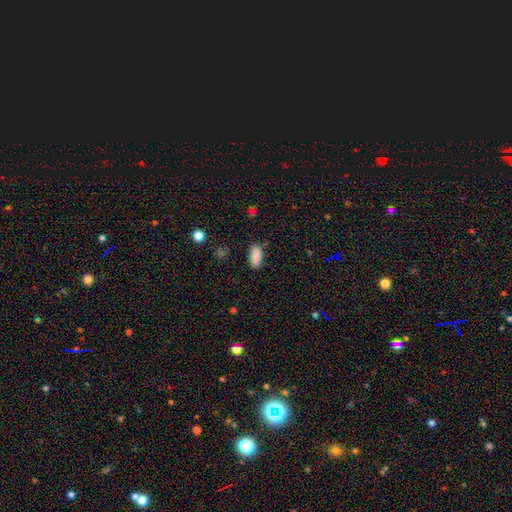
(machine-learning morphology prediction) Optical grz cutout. It shows a smooth galaxy with no disk features (88%) that is in between round and cigar-shaped (91%). Merging: none (82%).